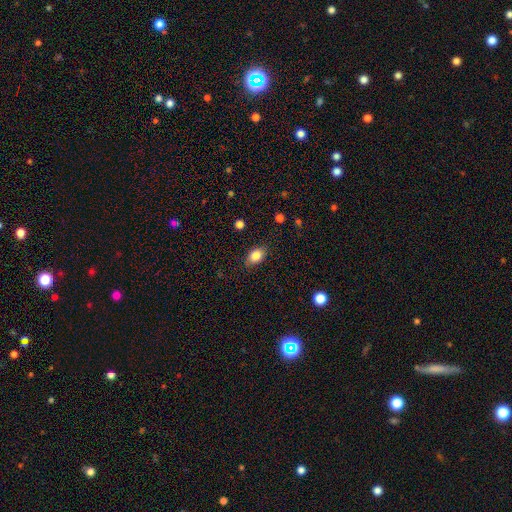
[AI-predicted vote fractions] Q: Smooth or featured?
A: smooth (84%); runner-up: star or artifact (9%)
Q: How rounded?
A: in between (79%); runner-up: round (19%)
Q: Merging?
A: none (83%); runner-up: minor disturbance (13%)